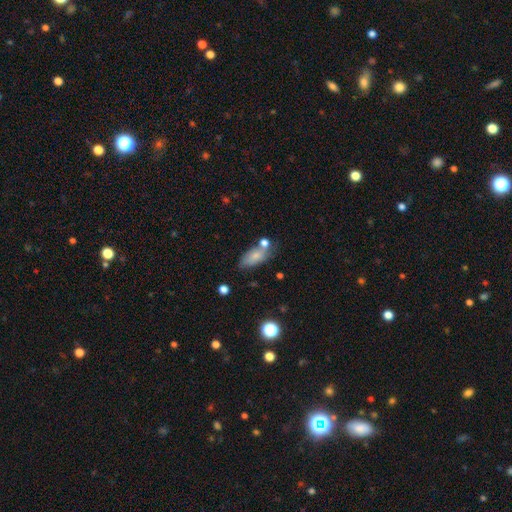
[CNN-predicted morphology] This is likely a smooth galaxy (73%). How rounded: clearly in between (86%). Merging: possibly none (50%).